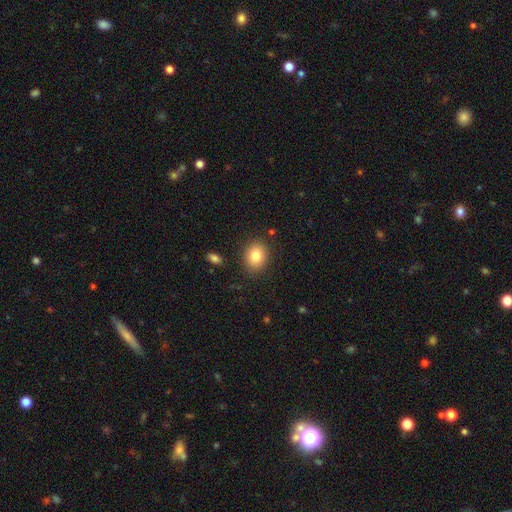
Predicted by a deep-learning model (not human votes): Overall: smooth (82%). How rounded: round (55%; in between 44%). Merging: none (87%).